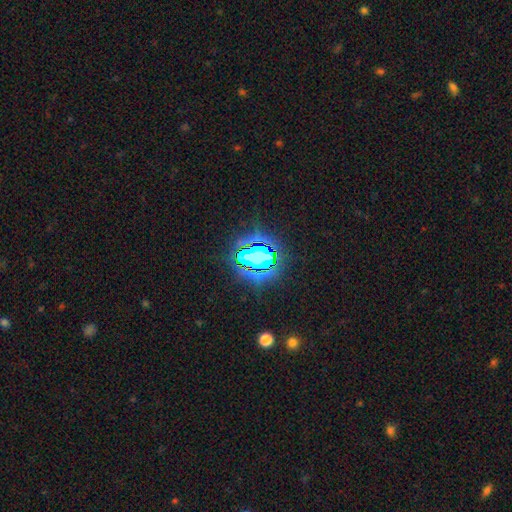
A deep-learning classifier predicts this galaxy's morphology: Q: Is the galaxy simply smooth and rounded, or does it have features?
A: star or artifact — 67%.